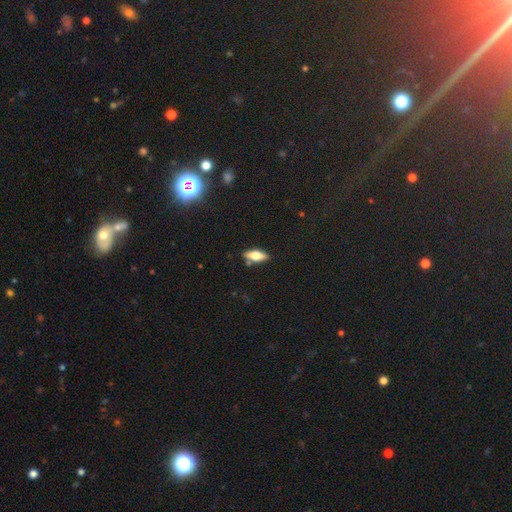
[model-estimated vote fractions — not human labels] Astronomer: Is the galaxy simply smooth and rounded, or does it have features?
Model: smooth — 55% (runner-up: featured or disk, 37%).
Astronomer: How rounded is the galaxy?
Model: in between — 71%.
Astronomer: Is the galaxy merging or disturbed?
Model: none — 81%.